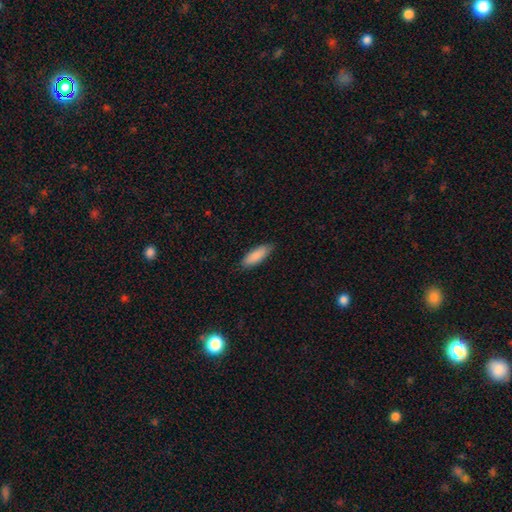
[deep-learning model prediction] This is clearly a smooth galaxy (89%). How rounded: likely in between (62%). Merging: clearly none (85%).